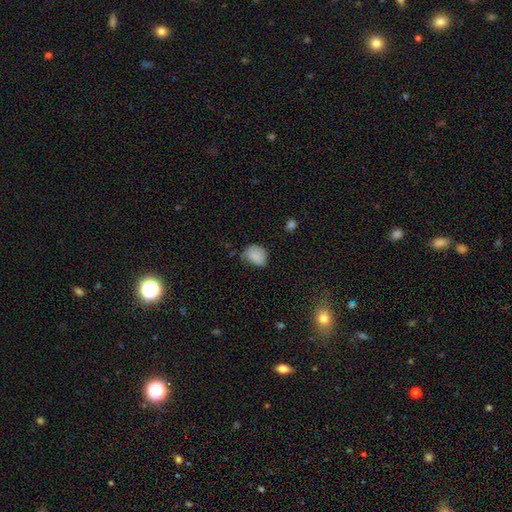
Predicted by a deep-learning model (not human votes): Smooth or featured: smooth — 84% (star or artifact — 9%)
How rounded: in between — 55% (round — 44%)
Merging: none — 52% (minor disturbance — 37%)